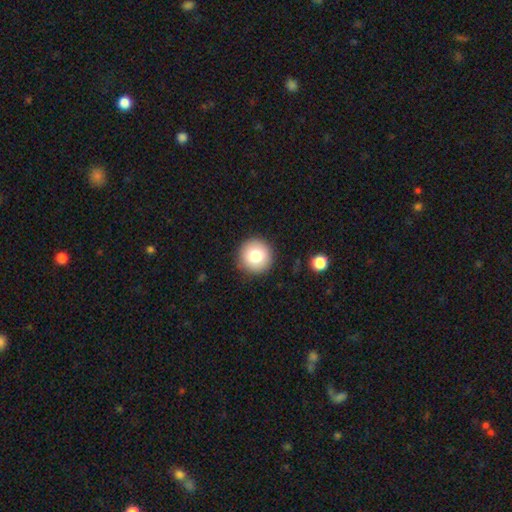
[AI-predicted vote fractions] Smooth or featured? smooth (78%)
How rounded? round (95%)
Merging? none (90%)